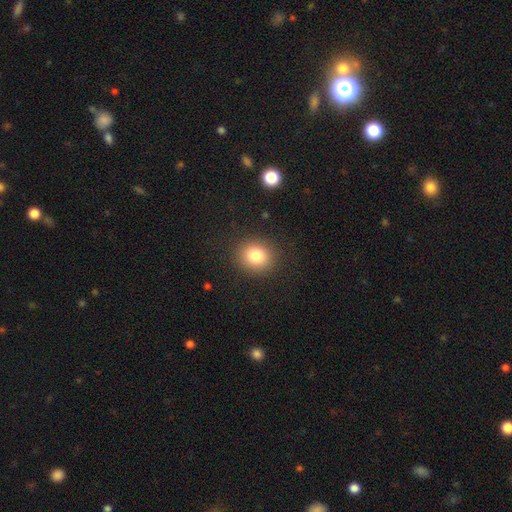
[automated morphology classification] Smooth or featured?
  - smooth: 81% *
  - star or artifact: 11%
  - featured or disk: 8%
How rounded?
  - round: 77% *
  - in between: 22%
  - cigar-shaped: 1%
Merging?
  - none: 89% *
  - minor disturbance: 7%
  - major disturbance: 3%
  - merger: 1%